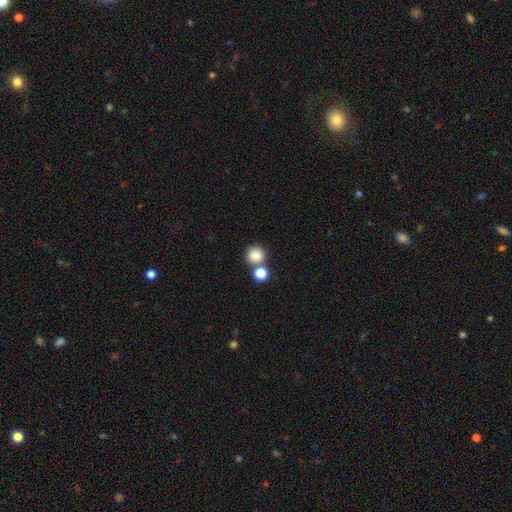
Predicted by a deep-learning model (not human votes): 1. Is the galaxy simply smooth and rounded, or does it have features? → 84% smooth, 10% star or artifact, 6% featured or disk.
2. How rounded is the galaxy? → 88% round, 11% in between, 1% cigar-shaped.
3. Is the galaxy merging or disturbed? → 59% none, 30% merger, 8% minor disturbance, 3% major disturbance.